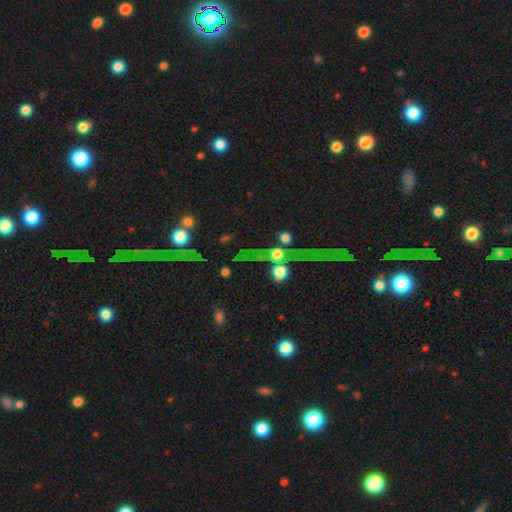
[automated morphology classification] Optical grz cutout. It shows a star or artifact, not a galaxy (60%).